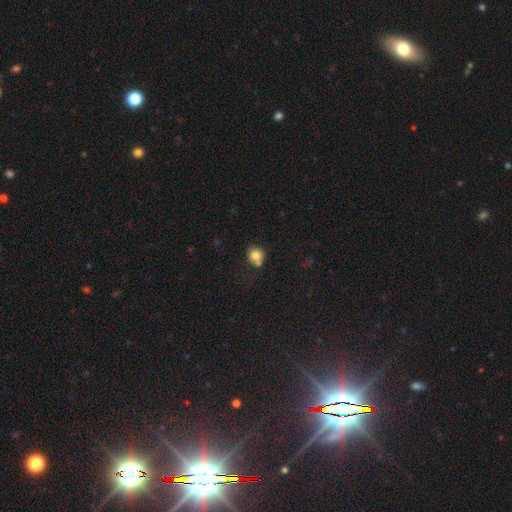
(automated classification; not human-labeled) A smooth galaxy with no disk features (78%) that is round (83%).

Vote fractions:
- Smooth or featured? smooth: 78% / featured or disk: 11% / star or artifact: 11%
- How rounded? round: 83% / in between: 16% / cigar-shaped: 1%
- Merging? none: 57% / merger: 24% / minor disturbance: 15% / major disturbance: 4%